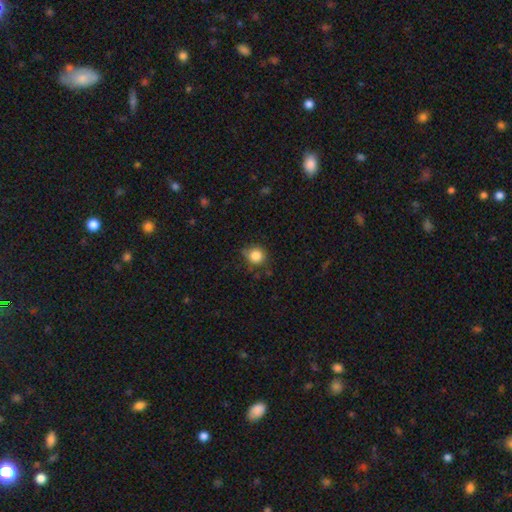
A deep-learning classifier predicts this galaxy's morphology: Q: Smooth or featured?
A: smooth (84%); runner-up: star or artifact (11%)
Q: How rounded?
A: round (90%); runner-up: in between (9%)
Q: Merging?
A: none (75%); runner-up: minor disturbance (18%)